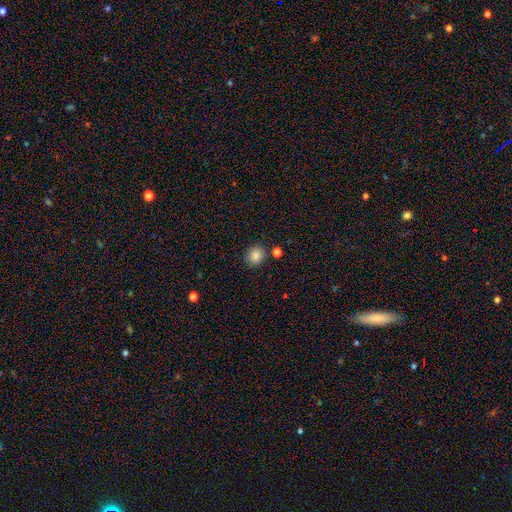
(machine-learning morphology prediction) Smooth or featured: smooth — 85% (star or artifact — 10%)
How rounded: round — 84% (in between — 15%)
Merging: none — 83% (minor disturbance — 9%)